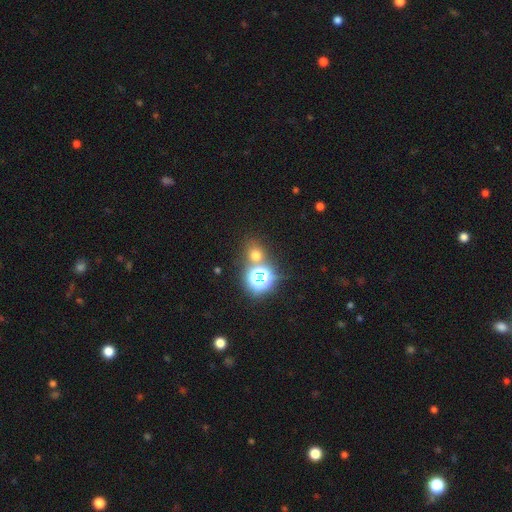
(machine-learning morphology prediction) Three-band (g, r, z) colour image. It shows a smooth galaxy with no disk features (53%) that is round (78%). Merging: none (70%).